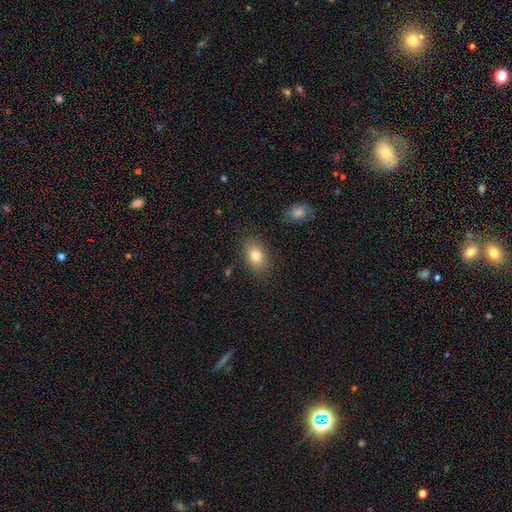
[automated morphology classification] Smooth or featured? smooth (81%)
How rounded? in between (85%)
Merging? none (84%)